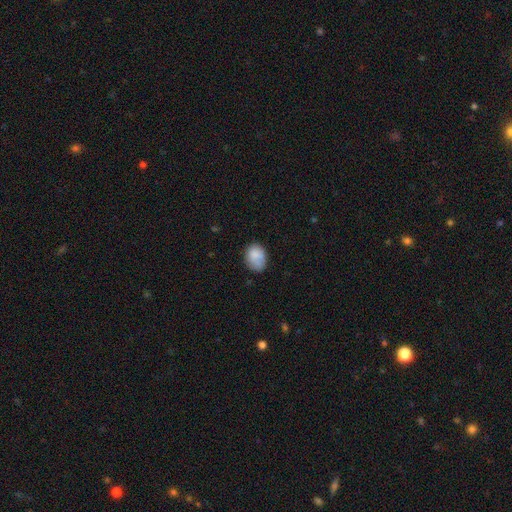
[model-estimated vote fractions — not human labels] Smooth or featured? Predicted: smooth (p=0.82). How rounded? Predicted: in between (p=0.68). Merging? Predicted: none (p=0.60).